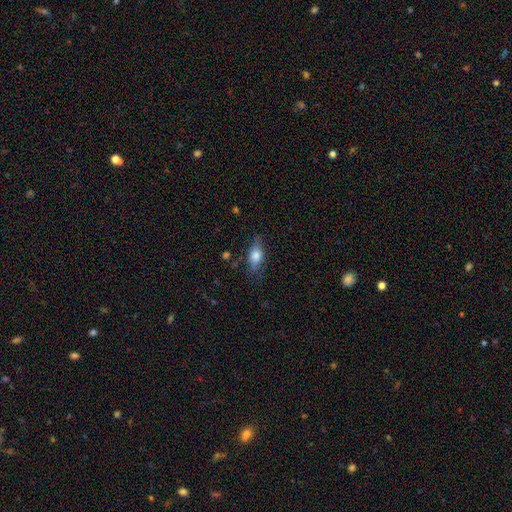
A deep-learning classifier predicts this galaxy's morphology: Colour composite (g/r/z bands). It shows a smooth galaxy with no disk features (70%) that is in between round and cigar-shaped (78%). Merging: none (69%).